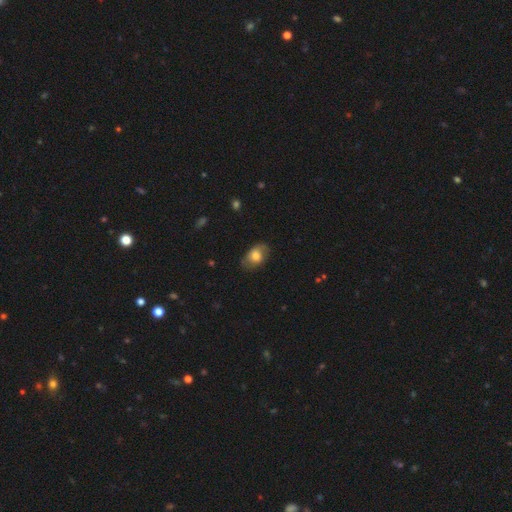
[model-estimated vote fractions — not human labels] smooth-or-featured: smooth: 69% | featured or disk: 23% | star or artifact: 8%
  how-rounded: in between: 83% | round: 15% | cigar-shaped: 1%
  merging: none: 72% | minor disturbance: 22% | major disturbance: 6% | merger: 1%